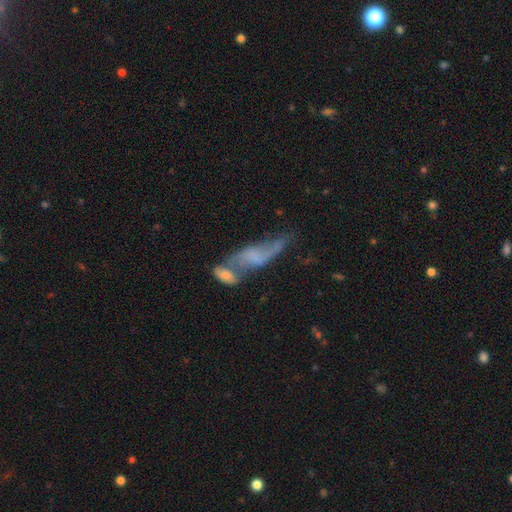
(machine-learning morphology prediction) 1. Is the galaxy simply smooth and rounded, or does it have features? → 59% featured or disk, 32% smooth, 10% star or artifact.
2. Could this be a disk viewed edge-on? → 81% no, 19% yes.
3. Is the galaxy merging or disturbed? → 57% merger, 18% none, 13% major disturbance, 12% minor disturbance.